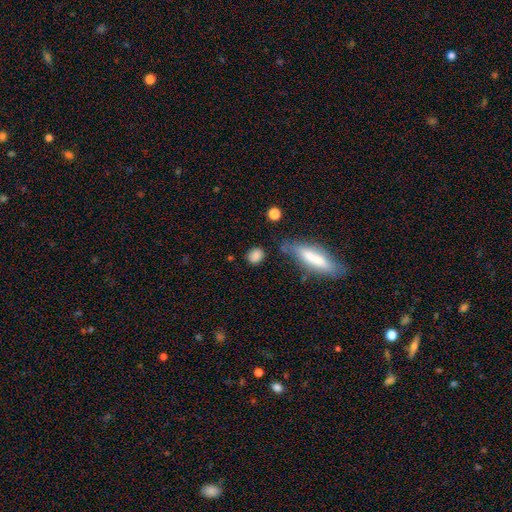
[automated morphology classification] Overall: smooth (84%). How rounded: round (51%; in between 44%). Merging: none (75%).